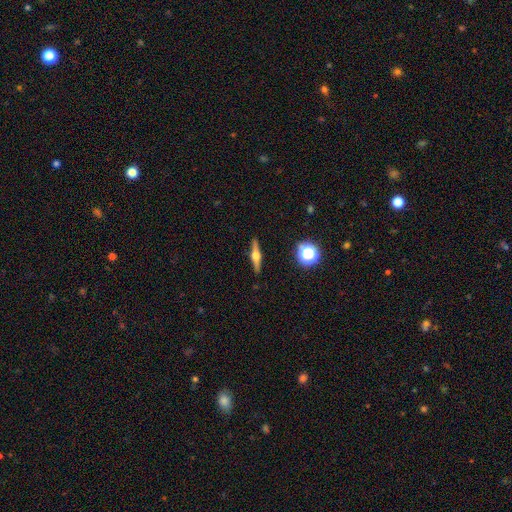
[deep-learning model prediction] Morphology: type=featured or disk (71%); edge-on=yes (97%); edge-on bulge=rounded (94%); merging=none (91%).